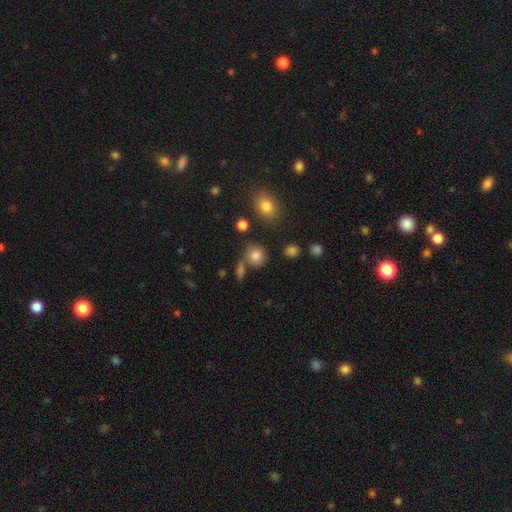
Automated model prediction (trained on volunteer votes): Smooth or featured: smooth — 81% (star or artifact — 11%)
How rounded: round — 81% (in between — 18%)
Merging: none — 63% (merger — 18%)